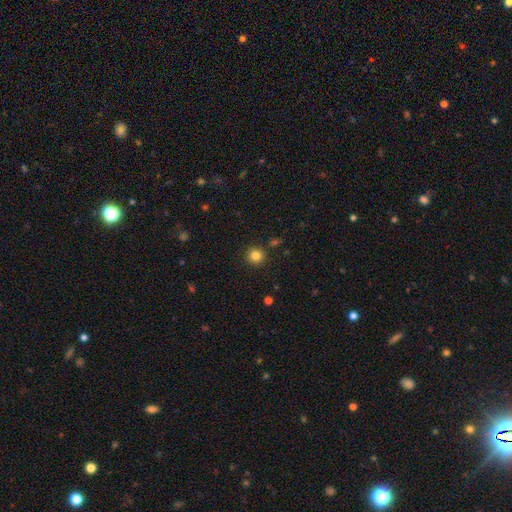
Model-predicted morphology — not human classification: The model was most divided on "smooth or featured": smooth: 83%, star or artifact: 12%, featured or disk: 5%. More confident: how rounded — round (94%); merging — none (90%).